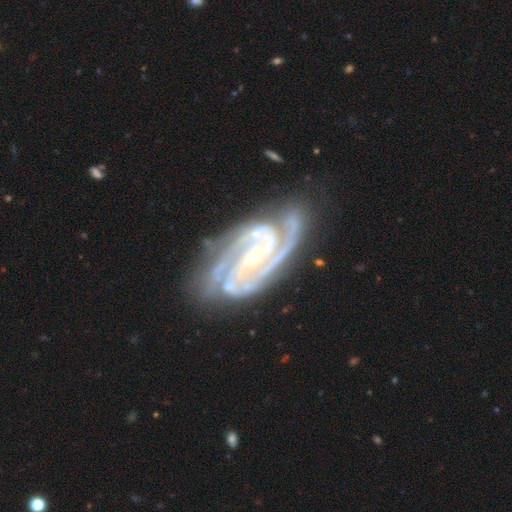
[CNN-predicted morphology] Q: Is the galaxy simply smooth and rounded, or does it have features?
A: featured or disk — 93%.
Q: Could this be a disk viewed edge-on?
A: no — 97%.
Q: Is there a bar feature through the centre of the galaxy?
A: no — 36%.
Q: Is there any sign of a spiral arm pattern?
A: yes — 99%.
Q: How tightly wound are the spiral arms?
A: tight — 62%.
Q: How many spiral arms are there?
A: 3 — 42%.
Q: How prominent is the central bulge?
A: small — 76%.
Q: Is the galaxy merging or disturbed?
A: none — 73%.